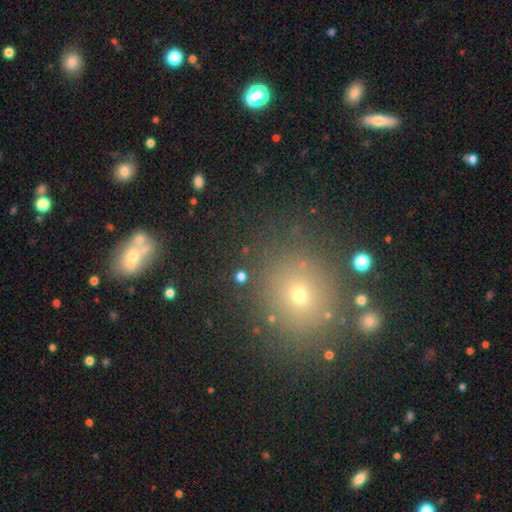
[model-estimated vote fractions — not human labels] The model was most divided on "smooth or featured": smooth: 54%, star or artifact: 33%, featured or disk: 12%. More confident: merging — none (83%); how rounded — round (78%).